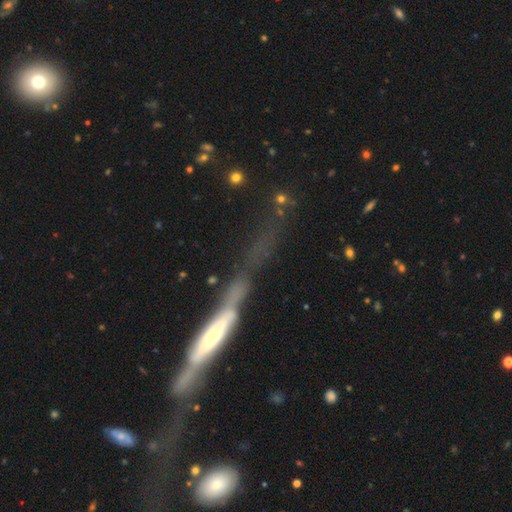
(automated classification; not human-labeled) smooth-or-featured: featured or disk: 77% | smooth: 14% | star or artifact: 8%
  disk-edge-on: yes: 73% | no: 27%
    edge-on-bulge: rounded: 41% | none: 30% | boxy: 29%
  merging: none: 45% | major disturbance: 24% | minor disturbance: 22% | merger: 8%